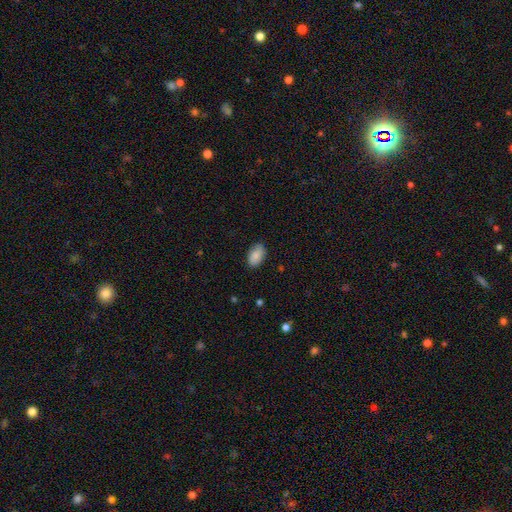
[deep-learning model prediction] This is clearly a smooth galaxy (87%). How rounded: clearly in between (93%). Merging: clearly none (84%).